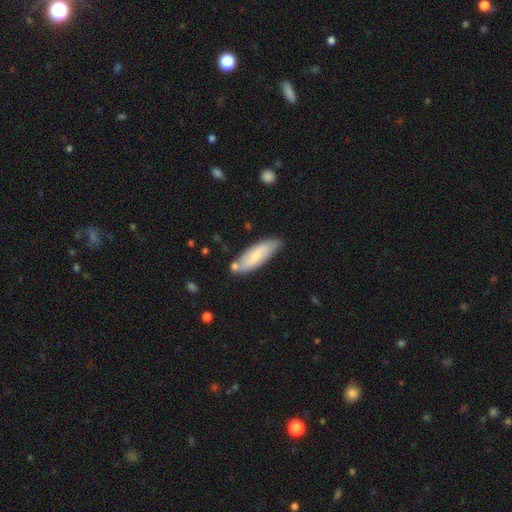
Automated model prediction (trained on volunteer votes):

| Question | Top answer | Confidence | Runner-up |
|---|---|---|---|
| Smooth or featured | smooth | 63% | featured or disk (31%) |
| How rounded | in between | 56% | cigar-shaped (43%) |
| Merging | none | 74% | minor disturbance (17%) |